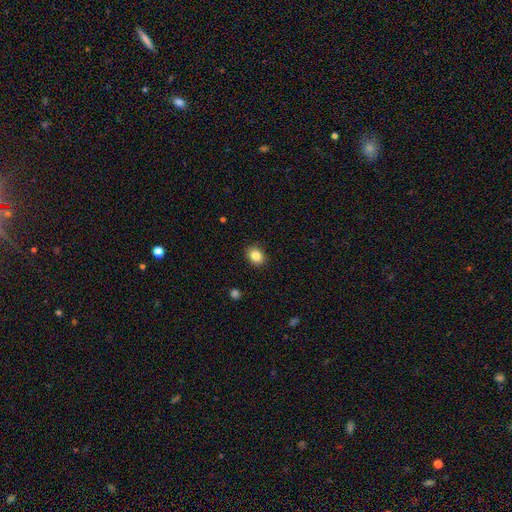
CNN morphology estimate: The model was most divided on "how rounded": in between: 57%, round: 42%, cigar-shaped: 1%. More confident: merging — none (89%); smooth or featured — smooth (85%).